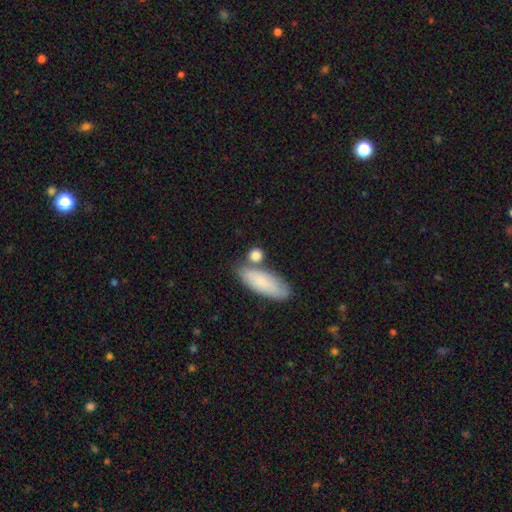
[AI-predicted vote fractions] A smooth galaxy with no disk features (83%) that is round (43%, tied with in between).

Vote fractions:
- Smooth or featured? smooth: 83% / featured or disk: 11% / star or artifact: 7%
- How rounded? round: 43% (tied) / in between: 43% (tied) / cigar-shaped: 13%
- Merging? none: 61% / merger: 20% / minor disturbance: 14% / major disturbance: 5%